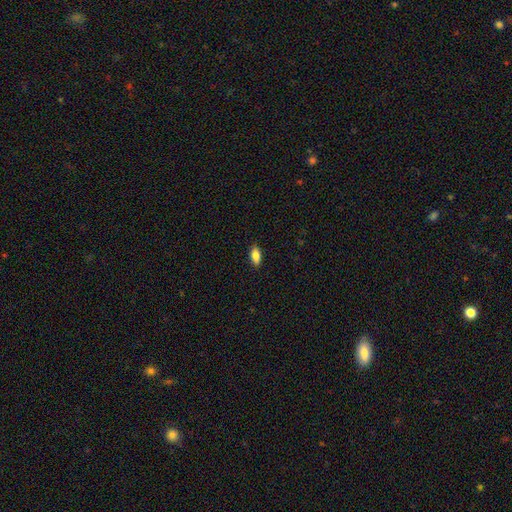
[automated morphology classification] A smooth galaxy with no disk features (83%) that is in between round and cigar-shaped (86%). Merging: none (89%).